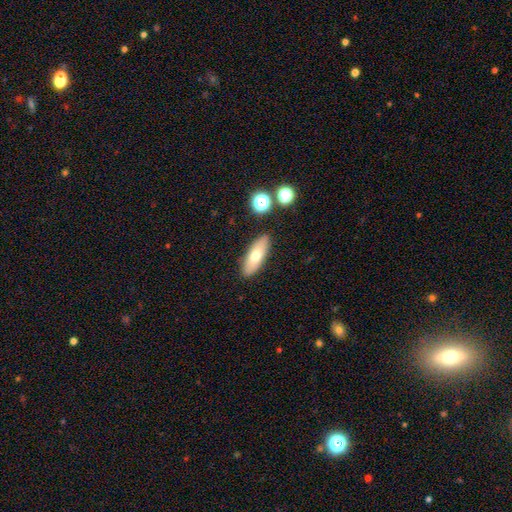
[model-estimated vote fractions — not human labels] A smooth galaxy with no disk features (68%) that is in between round and cigar-shaped (64%). Merging: none (87%).